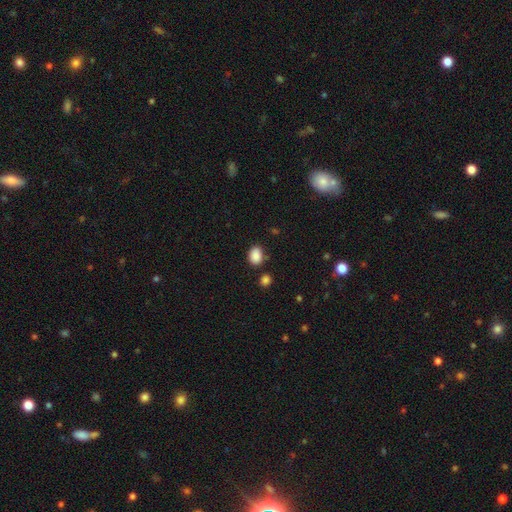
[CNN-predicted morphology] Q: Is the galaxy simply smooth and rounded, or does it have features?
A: smooth — 88%.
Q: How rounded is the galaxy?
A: in between — 69%.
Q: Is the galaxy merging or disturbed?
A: none — 74%.